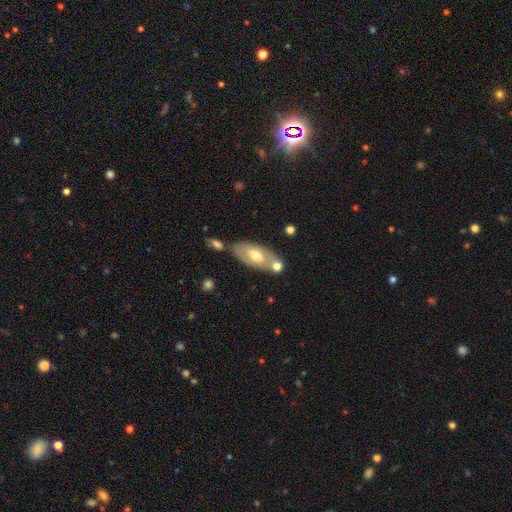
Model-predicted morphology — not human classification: Smooth or featured: featured or disk — 56% (smooth — 38%)
Edge-on disk: no — 83% (yes — 17%)
Merging: none — 63% (minor disturbance — 16%)